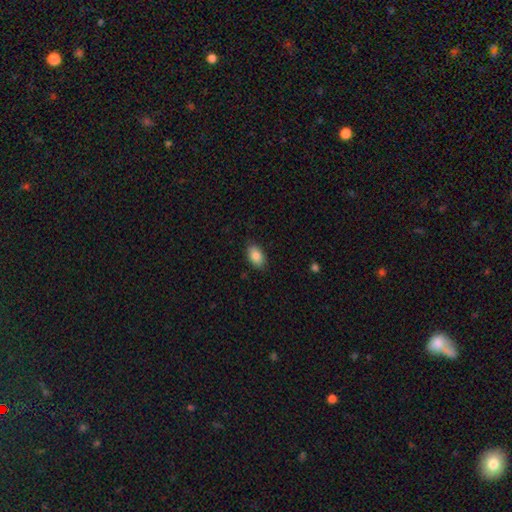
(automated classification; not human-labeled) This appears to be a smooth galaxy with no disk features (87%) that is in between round and cigar-shaped (92%). Merging: none (86%).